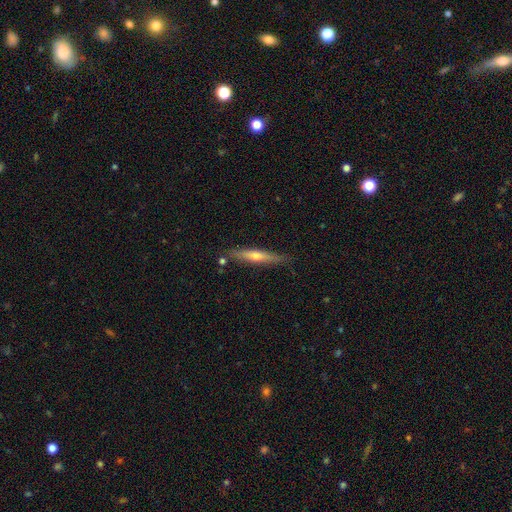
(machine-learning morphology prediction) The model was most divided on "smooth or featured": featured or disk: 58%, smooth: 35%, star or artifact: 7%. More confident: edge-on disk — yes (95%); merging — none (83%); edge-on bulge — rounded (79%).